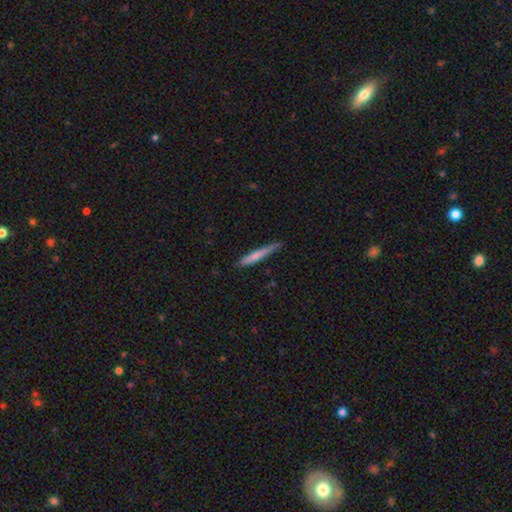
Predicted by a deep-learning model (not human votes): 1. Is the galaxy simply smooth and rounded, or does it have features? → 70% smooth, 24% featured or disk, 6% star or artifact.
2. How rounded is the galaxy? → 95% cigar-shaped, 4% in between, 1% round.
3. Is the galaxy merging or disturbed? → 75% none, 20% minor disturbance, 3% major disturbance, 2% merger.